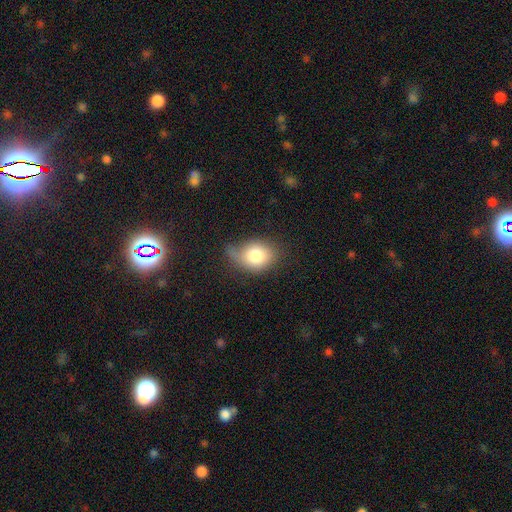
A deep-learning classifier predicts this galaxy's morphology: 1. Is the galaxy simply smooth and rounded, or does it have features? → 78% smooth, 13% featured or disk, 8% star or artifact.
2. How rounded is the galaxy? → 61% in between, 37% round, 1% cigar-shaped.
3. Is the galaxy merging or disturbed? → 44% none, 37% minor disturbance, 15% major disturbance, 4% merger.